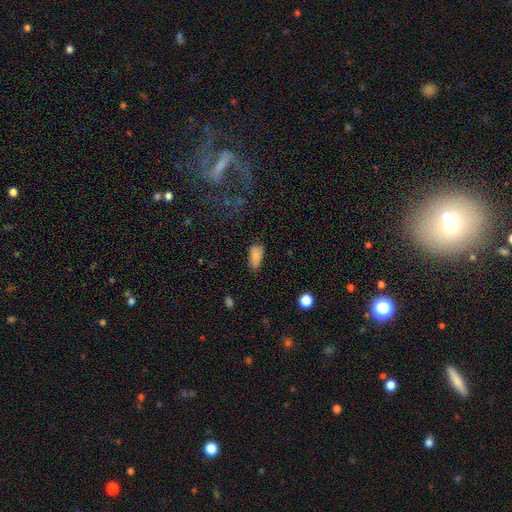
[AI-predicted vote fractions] smooth-or-featured: smooth: 81% | featured or disk: 11% | star or artifact: 9%
  how-rounded: in between: 92% | cigar-shaped: 5% | round: 4%
  merging: none: 62% | minor disturbance: 29% | major disturbance: 6% | merger: 2%